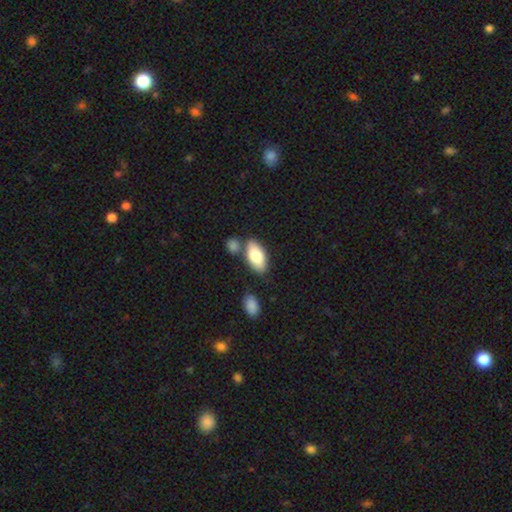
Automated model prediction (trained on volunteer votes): smooth 82%, featured or disk 12%, star or artifact 6%. Down the decision tree: how rounded — in between (91%); merging — none (65%).